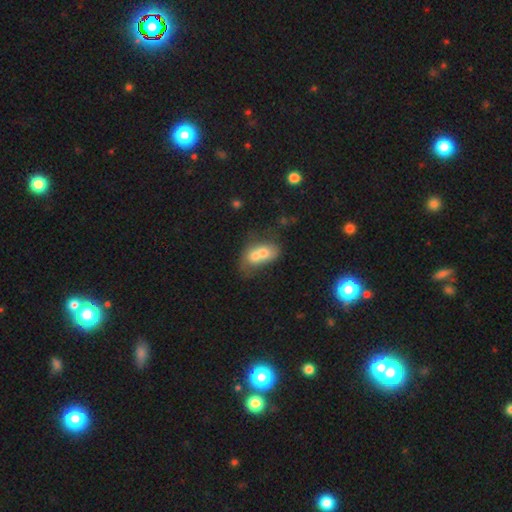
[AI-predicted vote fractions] This appears to be a smooth galaxy with no disk features (62%) that is in between round and cigar-shaped (67%). Merging: merger (77%).